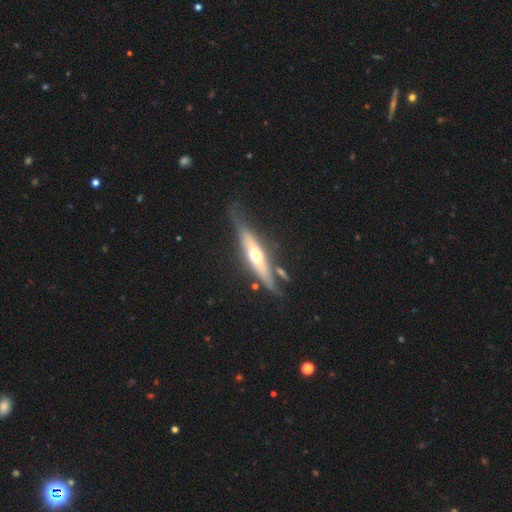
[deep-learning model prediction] Smooth or featured? Predicted: featured or disk (p=0.63). Edge-on disk? Predicted: yes (p=0.83). Edge-on bulge? Predicted: rounded (p=0.88). Merging? Predicted: none (p=0.65).